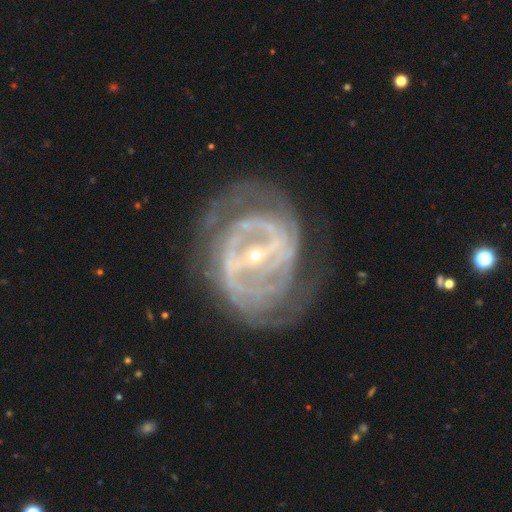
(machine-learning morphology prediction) A featured or disk galaxy (90%) with a strong bar (64%), 2 (33%) tight (55%) spiral arms (89%) and a small central bulge (85%). Merging: none (62%).